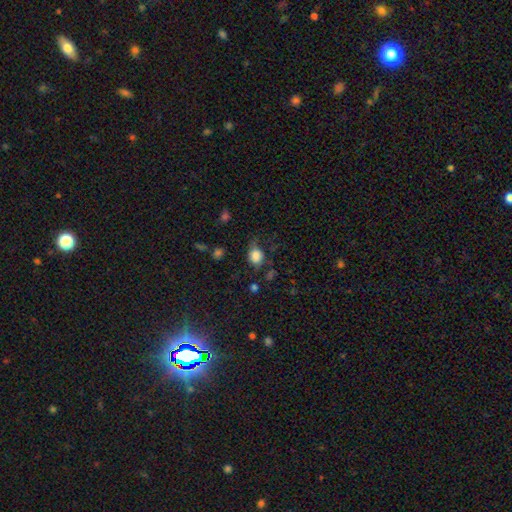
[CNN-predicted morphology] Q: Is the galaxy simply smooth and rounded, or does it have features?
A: smooth — 77%.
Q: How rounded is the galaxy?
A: round — 53%.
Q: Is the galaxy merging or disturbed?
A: none — 49%.